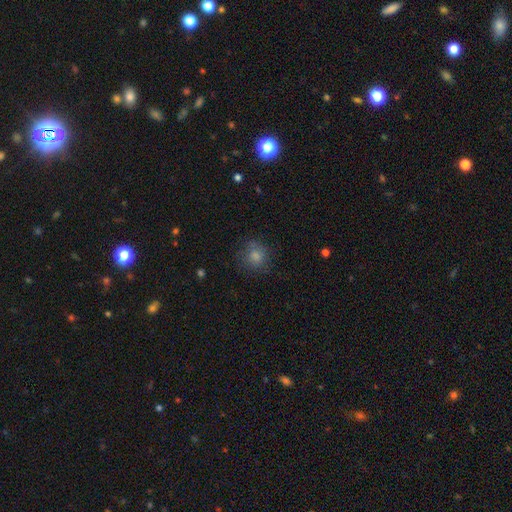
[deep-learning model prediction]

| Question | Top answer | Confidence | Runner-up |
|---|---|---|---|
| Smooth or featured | smooth | 82% | star or artifact (11%) |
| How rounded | round | 85% | in between (14%) |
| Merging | none | 76% | minor disturbance (16%) |